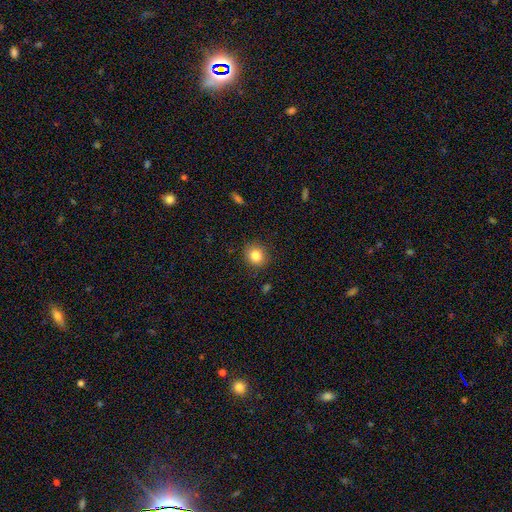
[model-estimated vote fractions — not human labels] Smooth or featured?
  - smooth: 83% *
  - star or artifact: 11%
  - featured or disk: 6%
How rounded?
  - round: 86% *
  - in between: 13%
  - cigar-shaped: 1%
Merging?
  - none: 89% *
  - minor disturbance: 7%
  - major disturbance: 2%
  - merger: 1%